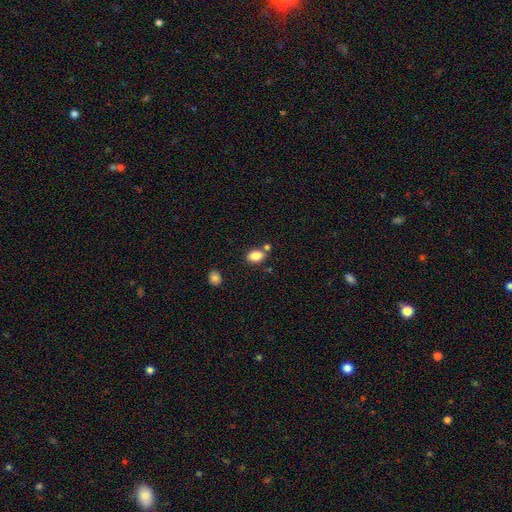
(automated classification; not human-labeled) Smooth or featured? Predicted: smooth (p=0.85). How rounded? Predicted: in between (p=0.84). Merging? Predicted: none (p=0.69).